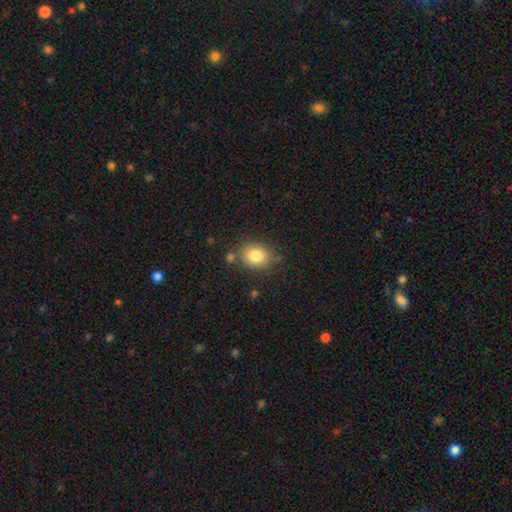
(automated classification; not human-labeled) A smooth galaxy with no disk features (82%) that is in between round and cigar-shaped (55%). Merging: none (73%).